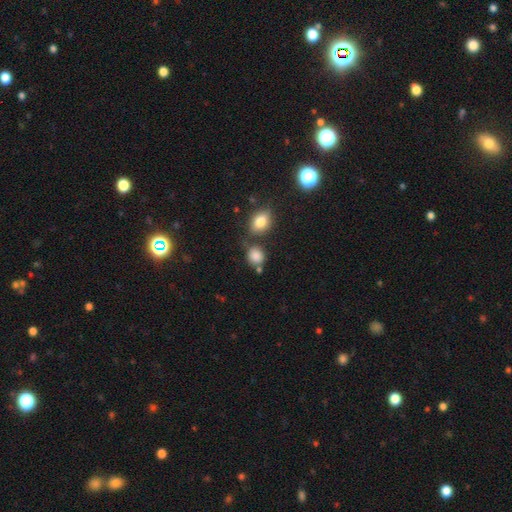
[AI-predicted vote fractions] Smooth or featured? smooth (83%)
How rounded? round (75%)
Merging? none (66%)